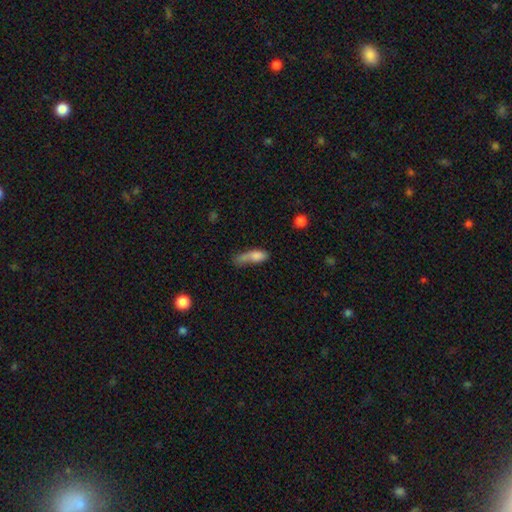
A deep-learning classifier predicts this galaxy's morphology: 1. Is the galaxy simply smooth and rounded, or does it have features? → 75% smooth, 15% featured or disk, 9% star or artifact.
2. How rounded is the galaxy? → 54% in between, 41% cigar-shaped, 5% round.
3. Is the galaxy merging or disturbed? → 29% none, 27% minor disturbance, 26% major disturbance, 18% merger.